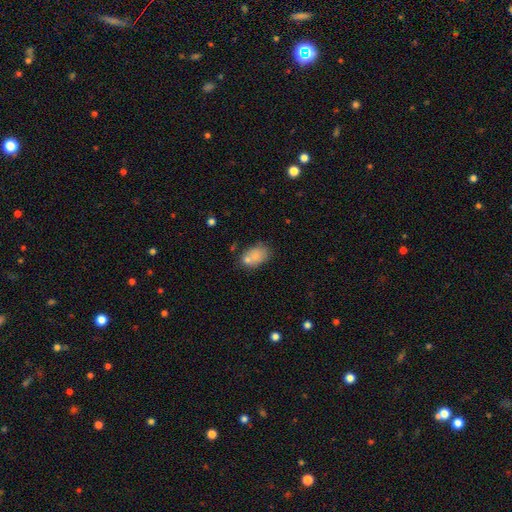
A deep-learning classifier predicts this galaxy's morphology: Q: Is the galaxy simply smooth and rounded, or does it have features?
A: smooth — 76%.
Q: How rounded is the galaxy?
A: in between — 82%.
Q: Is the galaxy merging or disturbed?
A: none — 49%.